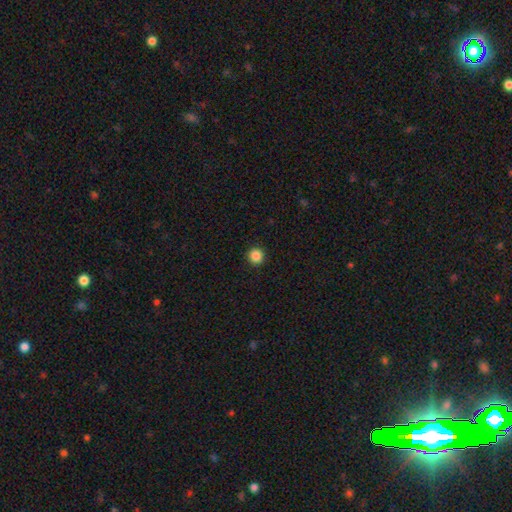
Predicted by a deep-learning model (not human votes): Smooth or featured?
  - smooth: 86% *
  - star or artifact: 11%
  - featured or disk: 3%
How rounded?
  - round: 95% *
  - in between: 4%
  - cigar-shaped: 1%
Merging?
  - none: 93% *
  - minor disturbance: 5%
  - major disturbance: 2%
  - merger: 1%